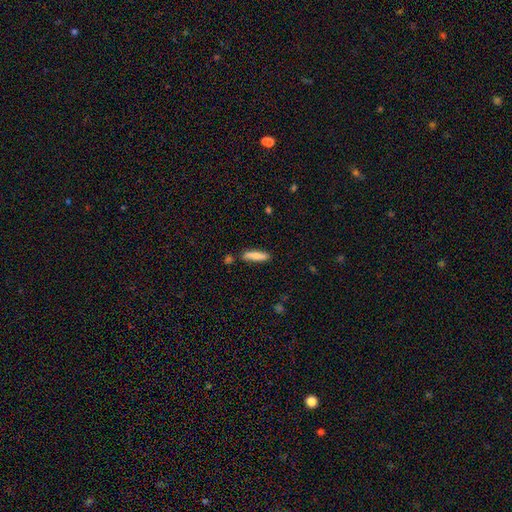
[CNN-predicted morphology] A smooth galaxy with no disk features (77%) that is cigar-shaped (74%). Merging: none (81%).